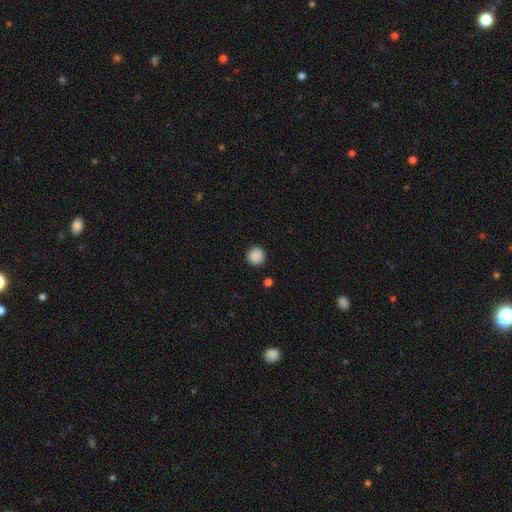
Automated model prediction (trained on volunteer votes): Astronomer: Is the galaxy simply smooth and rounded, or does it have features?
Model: smooth — 88%.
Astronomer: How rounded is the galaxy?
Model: round — 93%.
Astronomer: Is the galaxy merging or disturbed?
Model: none — 89%.